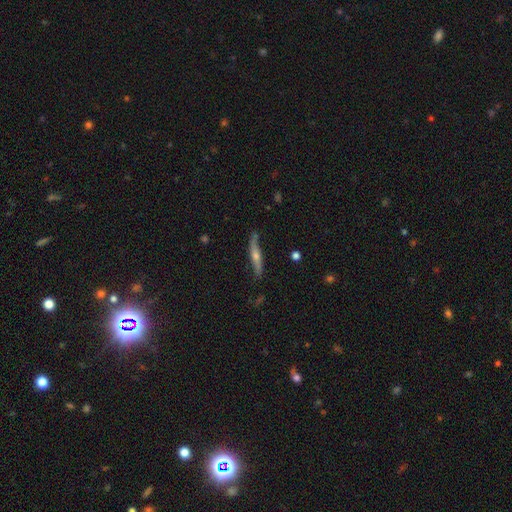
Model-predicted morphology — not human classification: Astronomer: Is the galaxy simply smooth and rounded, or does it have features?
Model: featured or disk — 66%.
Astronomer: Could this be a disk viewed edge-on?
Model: yes — 85%.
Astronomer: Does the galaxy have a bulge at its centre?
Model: rounded — 86%.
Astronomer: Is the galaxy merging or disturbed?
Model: none — 76%.